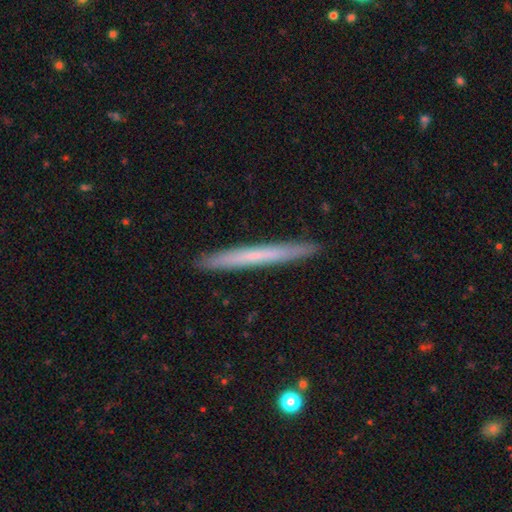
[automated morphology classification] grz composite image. It shows a smooth galaxy with no disk features (53%) that is cigar-shaped (97%). Merging: none (92%).